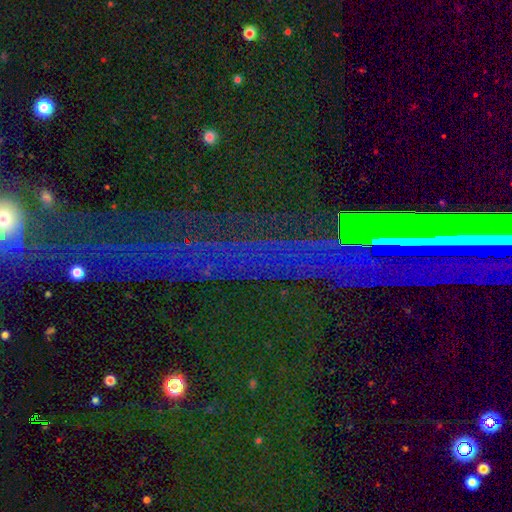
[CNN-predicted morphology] The model was most divided on "smooth or featured": star or artifact: 72%, featured or disk: 17%, smooth: 11%.